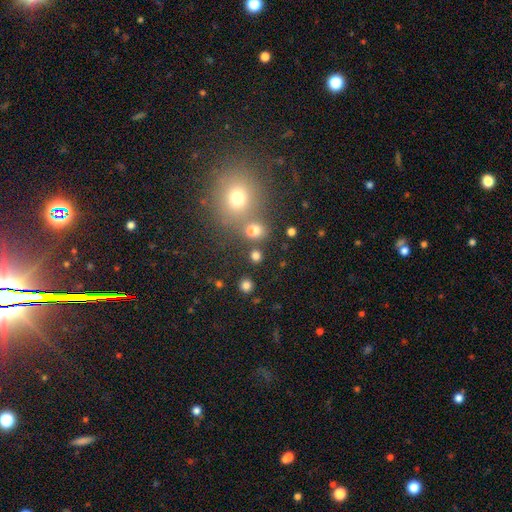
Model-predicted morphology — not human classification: Smooth or featured? smooth (76%)
How rounded? round (80%)
Merging? none (75%)